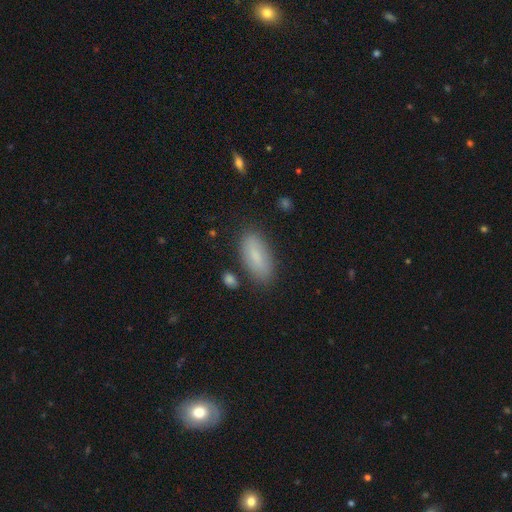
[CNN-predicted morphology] smooth-or-featured: smooth: 82% | featured or disk: 11% | star or artifact: 7%
  how-rounded: in between: 85% | cigar-shaped: 13% | round: 2%
  merging: none: 80% | minor disturbance: 13% | major disturbance: 3% | merger: 3%